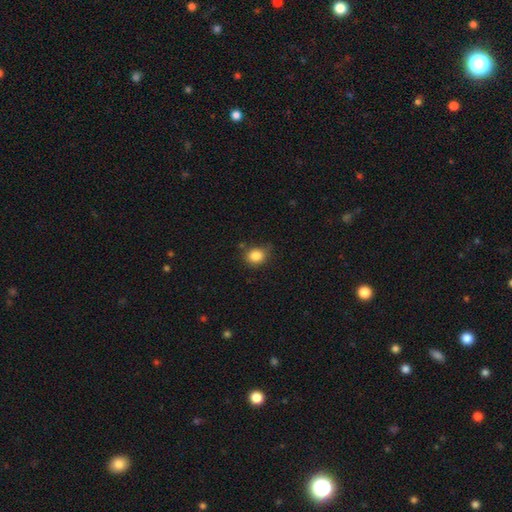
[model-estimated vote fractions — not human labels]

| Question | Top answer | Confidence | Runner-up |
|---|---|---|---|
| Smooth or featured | smooth | 85% | star or artifact (10%) |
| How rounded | round | 66% | in between (33%) |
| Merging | none | 72% | minor disturbance (21%) |